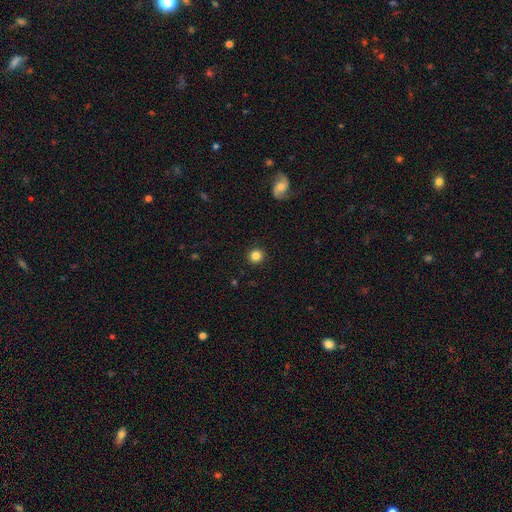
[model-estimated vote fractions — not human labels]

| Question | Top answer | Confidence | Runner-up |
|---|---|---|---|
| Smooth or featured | smooth | 84% | star or artifact (10%) |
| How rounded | round | 94% | in between (5%) |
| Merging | none | 92% | minor disturbance (5%) |